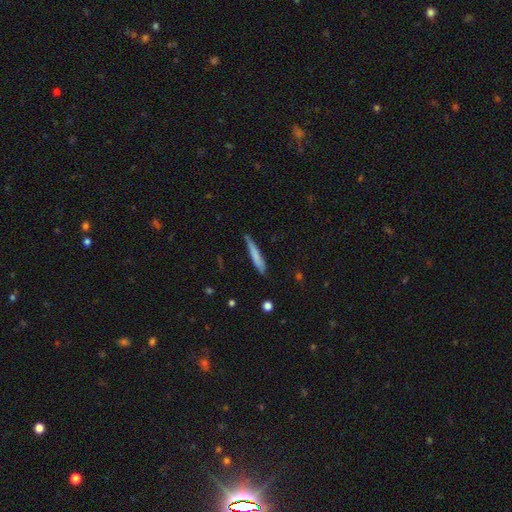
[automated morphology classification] Smooth or featured? Predicted: smooth (p=0.72). How rounded? Predicted: cigar-shaped (p=0.93). Merging? Predicted: none (p=0.72).